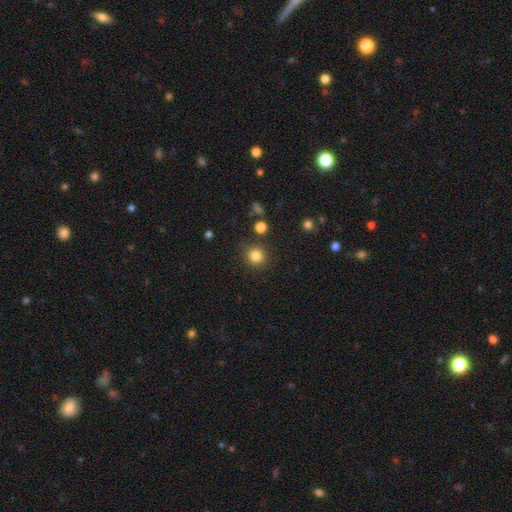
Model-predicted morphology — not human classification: This is clearly a smooth galaxy (83%). How rounded: clearly round (91%). Merging: clearly none (85%).